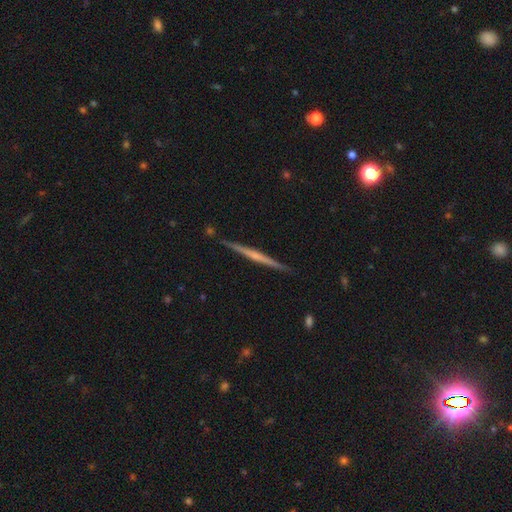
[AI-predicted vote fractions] featured or disk 69%, smooth 25%, star or artifact 6%. Down the decision tree: edge-on disk — yes (98%); edge-on bulge — none (58%); merging — none (90%).